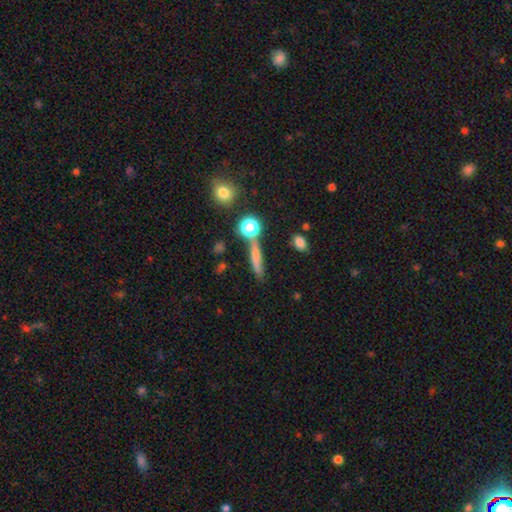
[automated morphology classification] The model was most divided on "smooth or featured": smooth: 61%, featured or disk: 25%, star or artifact: 15%. More confident: how rounded — cigar-shaped (74%); merging — none (66%).